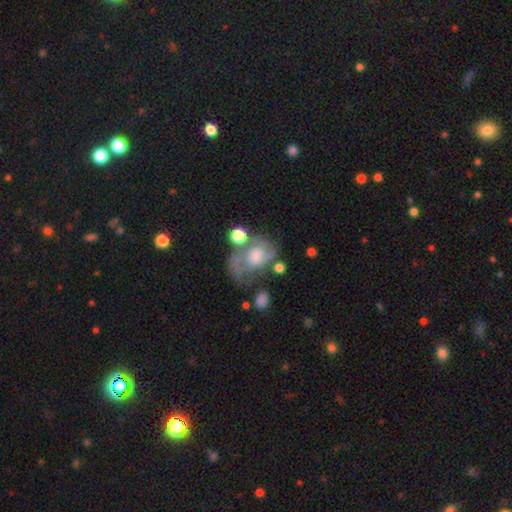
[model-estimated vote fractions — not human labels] The model was most divided on "bulge size": moderate: 43%, small: 26%, none: 16%, large: 13%, dominant: 2%. Remaining: edge-on disk — no (97%); spiral arms — yes (74%); smooth or featured — featured or disk (64%); bar — no (59%); merging — none (42%).